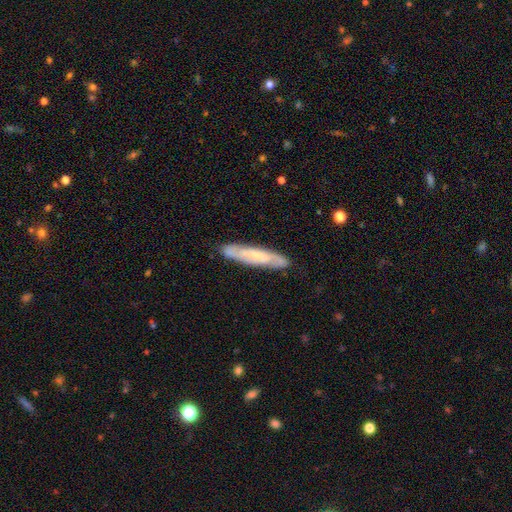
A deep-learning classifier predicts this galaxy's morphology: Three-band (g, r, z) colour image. It shows a featured or disk galaxy (55%) viewed edge-on (52%). Merging: none (85%).